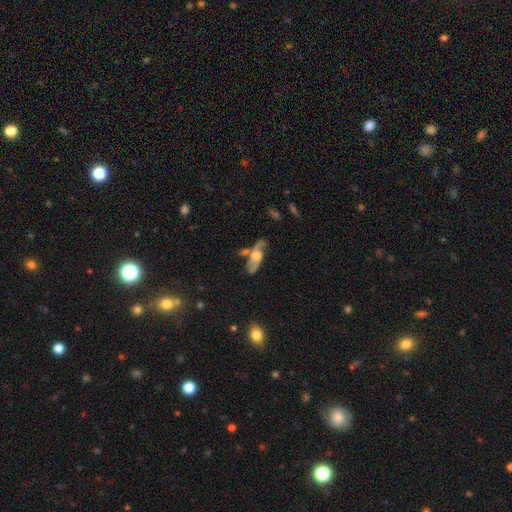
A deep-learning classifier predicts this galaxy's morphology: smooth-or-featured: featured or disk: 68% | smooth: 25% | star or artifact: 7%
  disk-edge-on: no: 73% | yes: 27%
  merging: none: 51% | minor disturbance: 22% | merger: 15% | major disturbance: 13%